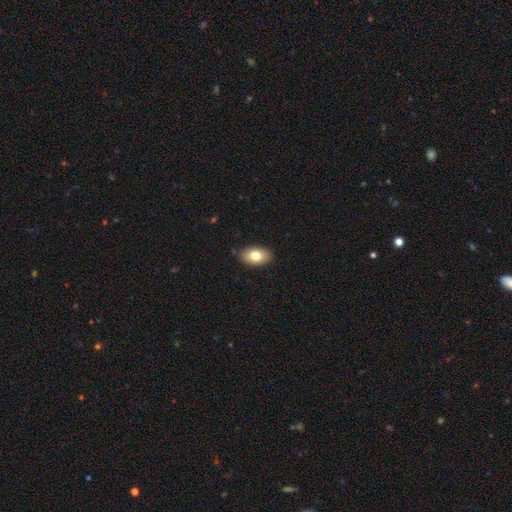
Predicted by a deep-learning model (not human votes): A smooth galaxy with no disk features (78%) that is in between round and cigar-shaped (90%).

Vote fractions:
- Smooth or featured? smooth: 78% / featured or disk: 15% / star or artifact: 8%
- How rounded? in between: 90% / round: 9% / cigar-shaped: 1%
- Merging? none: 88% / minor disturbance: 9% / major disturbance: 2% / merger: 1%